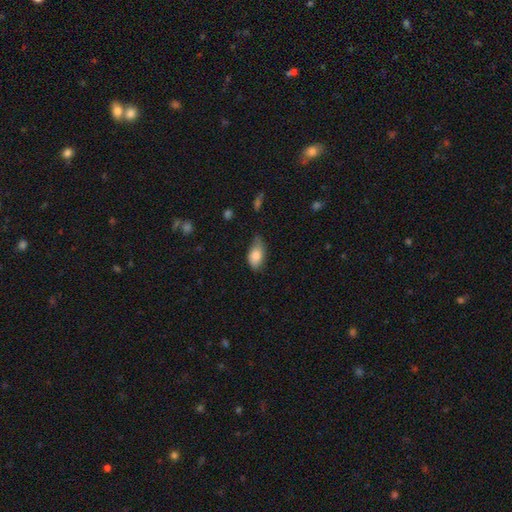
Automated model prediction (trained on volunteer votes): Smooth or featured? Predicted: smooth (p=0.83). How rounded? Predicted: in between (p=0.91). Merging? Predicted: none (p=0.54).